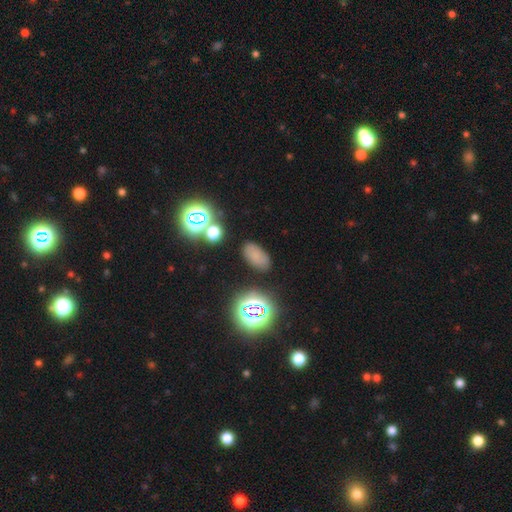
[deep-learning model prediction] Smooth or featured? Predicted: smooth (p=0.67). How rounded? Predicted: in between (p=0.90). Merging? Predicted: none (p=0.82).